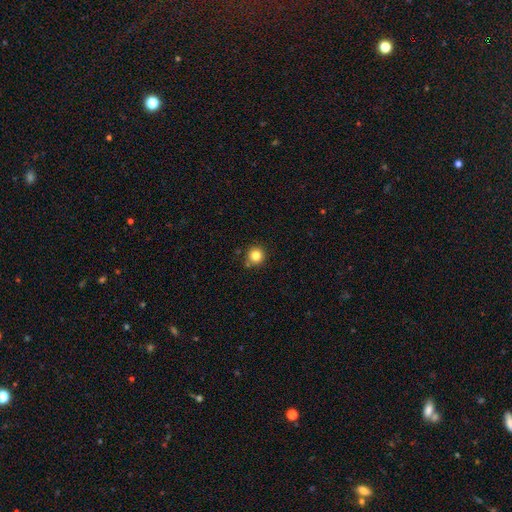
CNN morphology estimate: smooth-or-featured: smooth: 82% | star or artifact: 12% | featured or disk: 6%
  how-rounded: round: 94% | in between: 5% | cigar-shaped: 1%
  merging: none: 85% | minor disturbance: 9% | merger: 4% | major disturbance: 2%